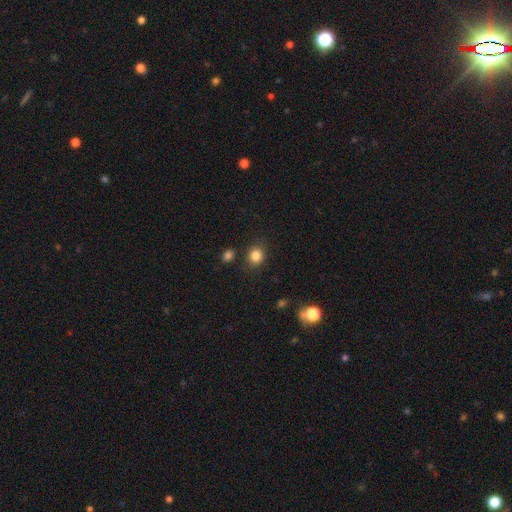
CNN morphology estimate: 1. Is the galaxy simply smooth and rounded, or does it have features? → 84% smooth, 11% star or artifact, 5% featured or disk.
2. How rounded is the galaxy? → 74% round, 25% in between, 1% cigar-shaped.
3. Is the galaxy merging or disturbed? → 83% none, 10% minor disturbance, 4% merger, 3% major disturbance.